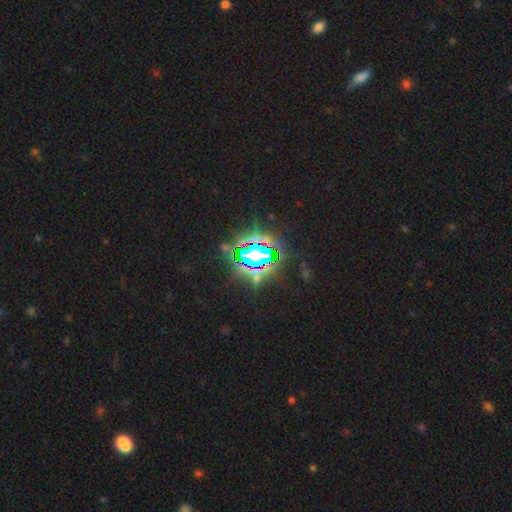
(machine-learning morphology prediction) Smooth or featured: star or artifact — 76% (smooth — 13%)